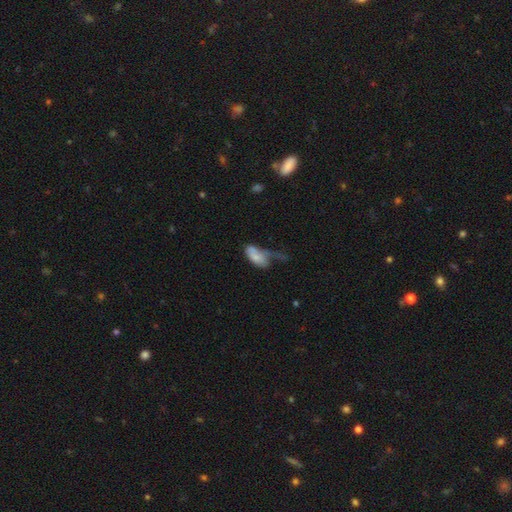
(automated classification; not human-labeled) Smooth or featured? smooth (70%)
How rounded? in between (91%)
Merging? major disturbance (39%)